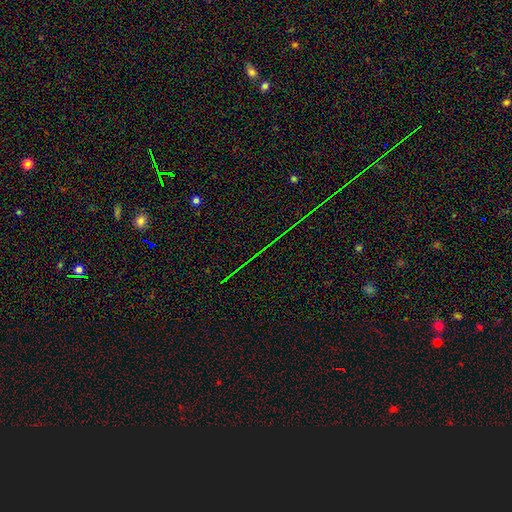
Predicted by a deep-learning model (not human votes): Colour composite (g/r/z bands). It shows a star or artifact, not a galaxy (82%).